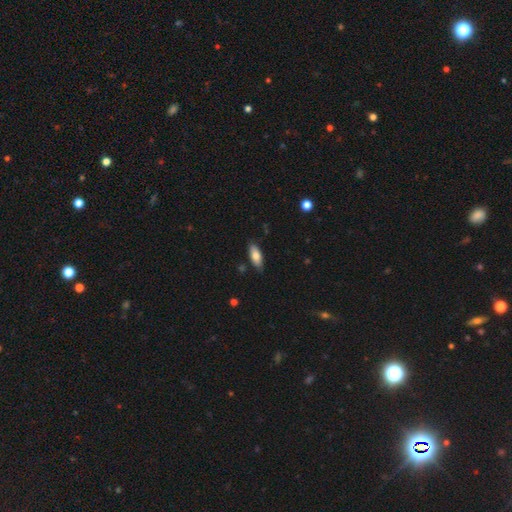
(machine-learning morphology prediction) smooth-or-featured: smooth: 77% | featured or disk: 16% | star or artifact: 6%
  how-rounded: in between: 80% | cigar-shaped: 18% | round: 2%
  merging: none: 82% | minor disturbance: 14% | major disturbance: 2% | merger: 2%